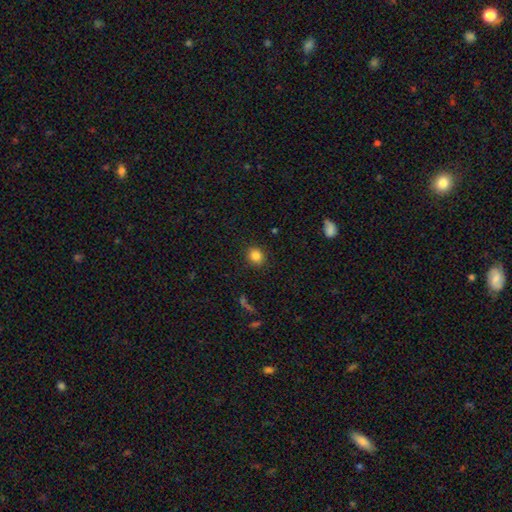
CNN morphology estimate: A smooth galaxy with no disk features (84%) that is round (78%). Merging: none (89%).